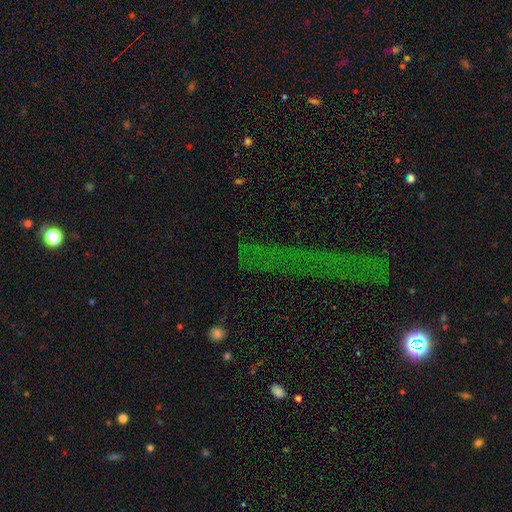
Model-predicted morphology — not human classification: smooth_or_featured: star or artifact (p=0.71) [alt: smooth p=0.16]